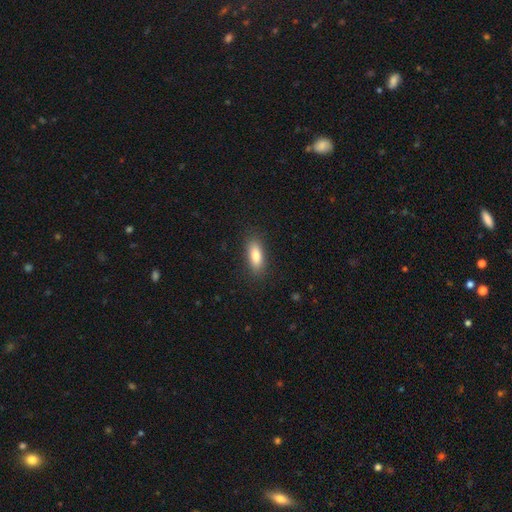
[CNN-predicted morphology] This is clearly a smooth galaxy (81%). How rounded: likely in between (74%). Merging: clearly none (86%).